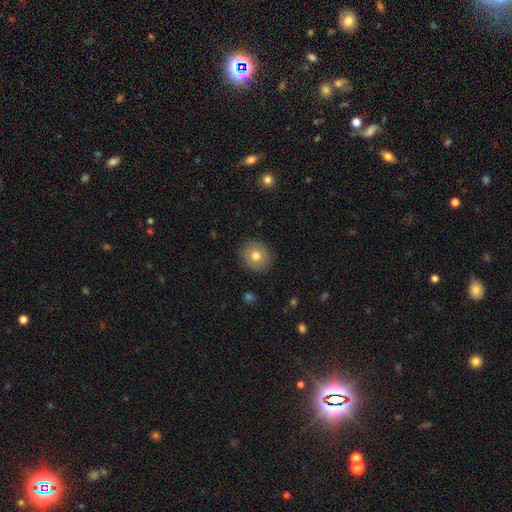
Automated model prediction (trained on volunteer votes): Q: Smooth or featured?
A: smooth (74%); runner-up: featured or disk (17%)
Q: How rounded?
A: round (83%); runner-up: in between (16%)
Q: Merging?
A: none (88%); runner-up: minor disturbance (9%)